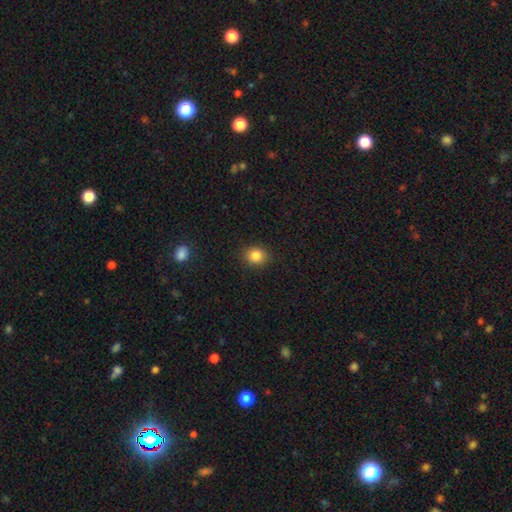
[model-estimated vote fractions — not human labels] Morphology: type=smooth (84%); roundness=round (74%); merging=none (89%).